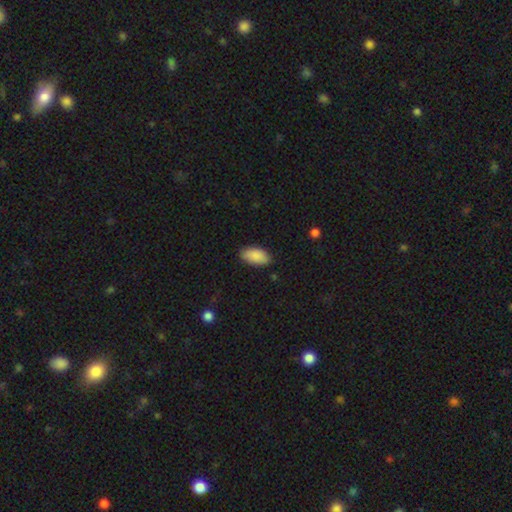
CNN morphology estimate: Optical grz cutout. It shows a smooth galaxy with no disk features (90%) that is in between round and cigar-shaped (94%). Merging: none (84%).